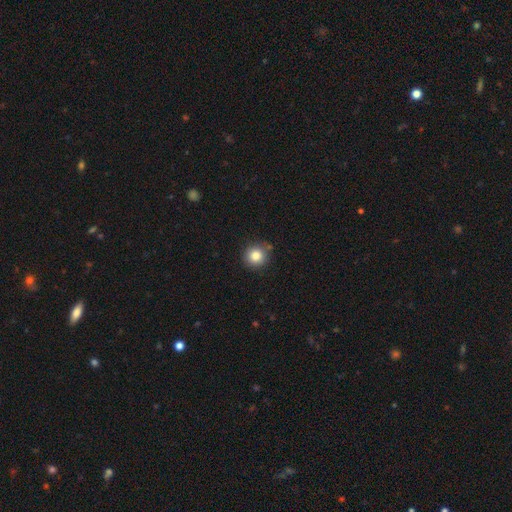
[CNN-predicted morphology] Smooth or featured: smooth — 83% (star or artifact — 11%)
How rounded: round — 93% (in between — 6%)
Merging: none — 85% (minor disturbance — 10%)